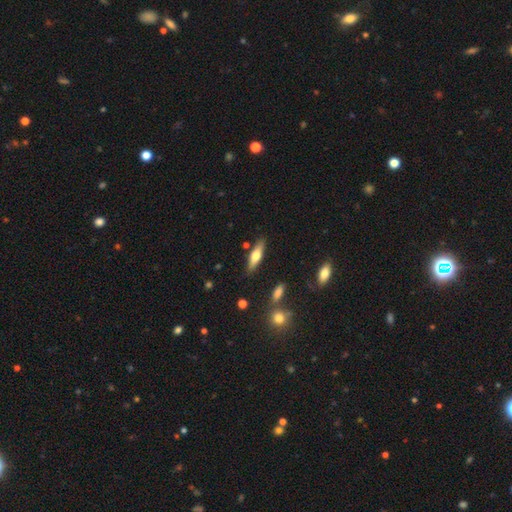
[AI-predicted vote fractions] The model was most divided on "smooth or featured": smooth: 55%, featured or disk: 38%, star or artifact: 6%. More confident: merging — none (83%); how rounded — cigar-shaped (60%).